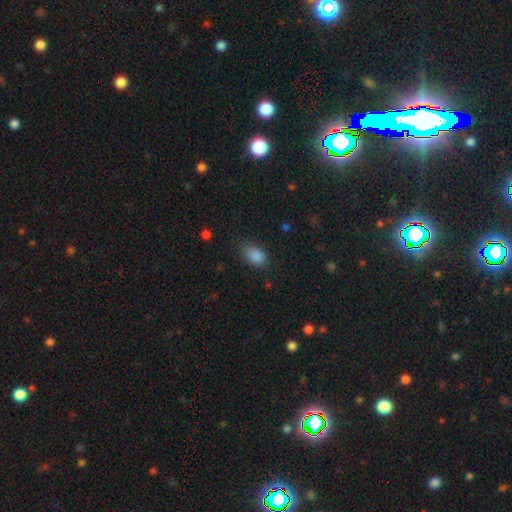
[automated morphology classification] Q: Smooth or featured?
A: smooth (86%); runner-up: star or artifact (10%)
Q: How rounded?
A: in between (85%); runner-up: round (13%)
Q: Merging?
A: none (67%); runner-up: minor disturbance (25%)